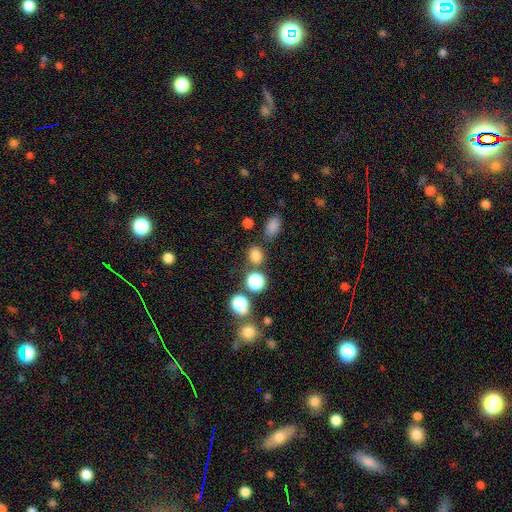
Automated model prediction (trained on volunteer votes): Morphology: type=smooth (76%); roundness=round (60%); merging=none (73%).